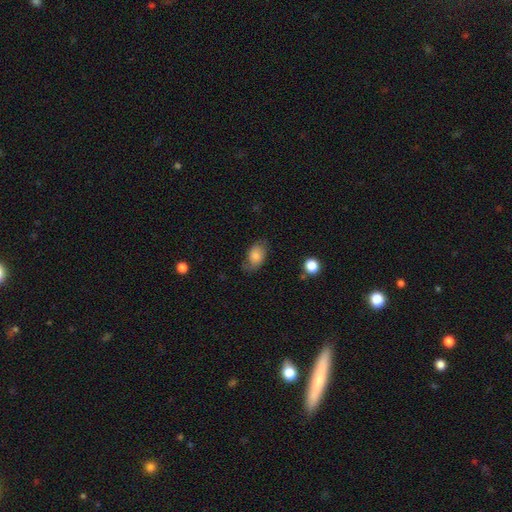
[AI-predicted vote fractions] Smooth or featured?
  - smooth: 76% *
  - featured or disk: 17%
  - star or artifact: 8%
How rounded?
  - in between: 88% *
  - round: 11%
  - cigar-shaped: 2%
Merging?
  - none: 63% *
  - minor disturbance: 26%
  - major disturbance: 9%
  - merger: 2%